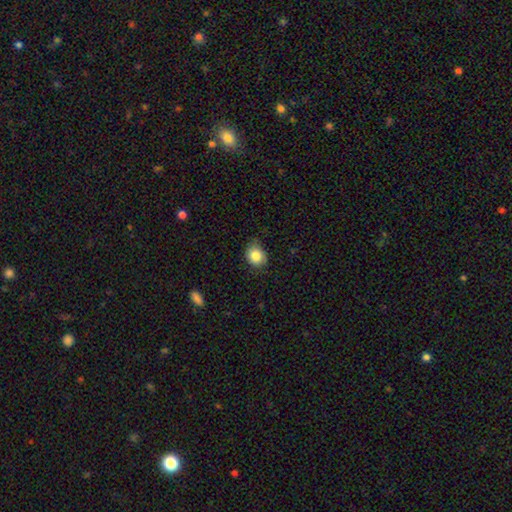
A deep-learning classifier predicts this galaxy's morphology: The model was most divided on "how rounded": round: 68%, in between: 31%, cigar-shaped: 1%. More confident: smooth or featured — smooth (84%); merging — none (73%).